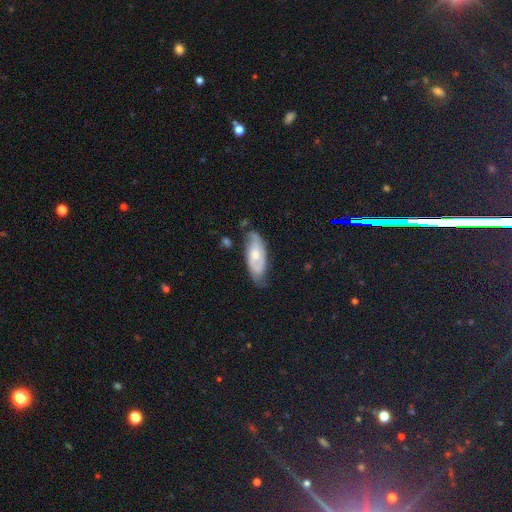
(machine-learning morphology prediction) Q: Smooth or featured?
A: featured or disk (65%); runner-up: smooth (29%)
Q: Edge-on disk?
A: no (86%); runner-up: yes (14%)
Q: Bar?
A: no (62%); runner-up: weak (31%)
Q: Spiral arms?
A: yes (85%); runner-up: no (15%)
Q: Bulge size?
A: moderate (56%); runner-up: small (34%)
Q: Merging?
A: none (61%); runner-up: minor disturbance (28%)